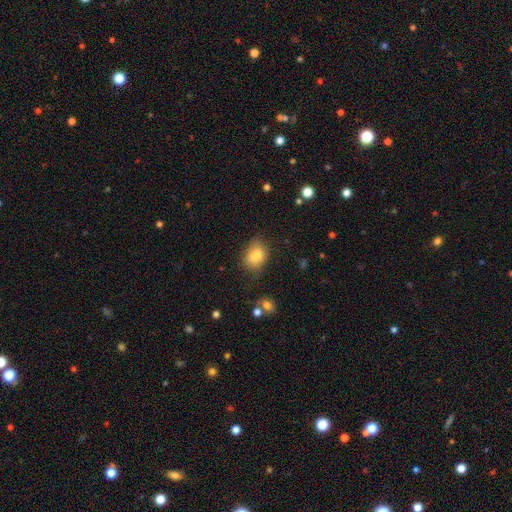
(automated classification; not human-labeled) A smooth galaxy with no disk features (83%) that is in between round and cigar-shaped (66%). Merging: none (69%).